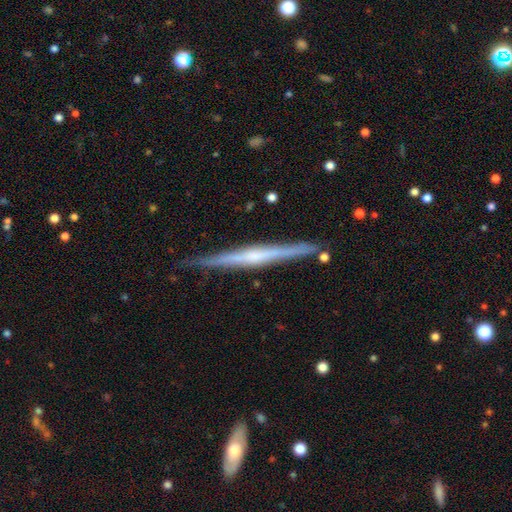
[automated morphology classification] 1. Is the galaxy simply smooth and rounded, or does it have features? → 73% featured or disk, 21% smooth, 5% star or artifact.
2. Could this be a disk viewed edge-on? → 98% yes, 2% no.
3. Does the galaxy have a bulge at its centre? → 45% rounded, 41% none, 14% boxy.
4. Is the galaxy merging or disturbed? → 88% none, 9% minor disturbance, 2% merger, 2% major disturbance.